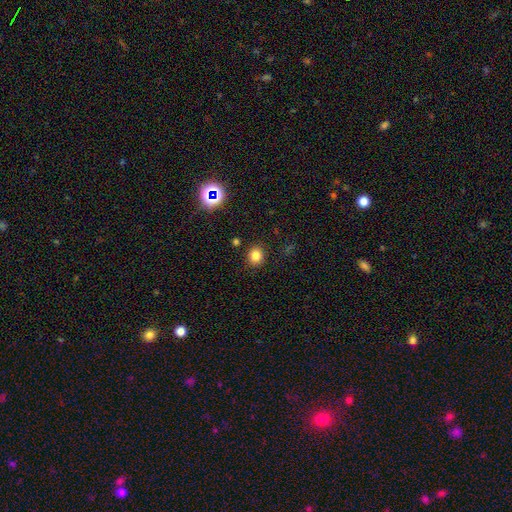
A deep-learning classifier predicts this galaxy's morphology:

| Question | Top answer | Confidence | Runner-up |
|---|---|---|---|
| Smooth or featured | smooth | 80% | star or artifact (14%) |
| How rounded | round | 75% | in between (24%) |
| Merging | none | 88% | minor disturbance (8%) |